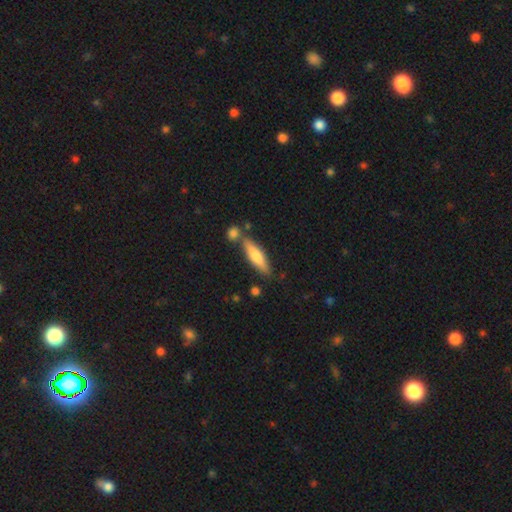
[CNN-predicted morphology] This appears to be a smooth galaxy with no disk features (63%) that is cigar-shaped (72%). Merging: none (73%).